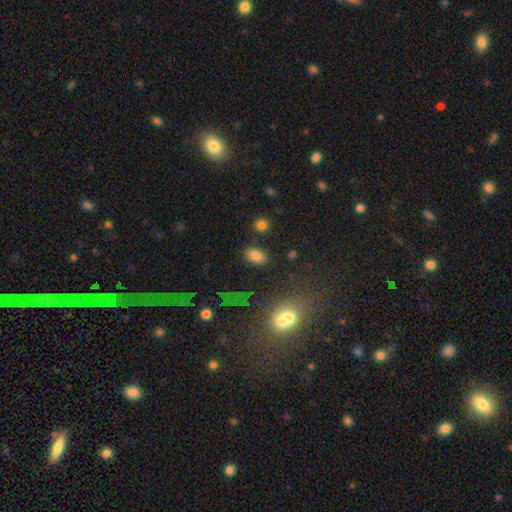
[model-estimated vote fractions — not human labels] The model was most divided on "smooth or featured": smooth: 81%, star or artifact: 12%, featured or disk: 7%. More confident: how rounded — in between (85%); merging — none (83%).